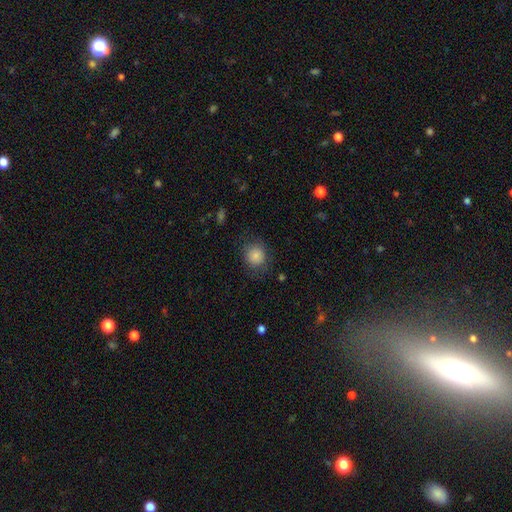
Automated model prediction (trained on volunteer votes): Smooth or featured: smooth — 84% (star or artifact — 9%)
How rounded: round — 83% (in between — 16%)
Merging: none — 78% (minor disturbance — 15%)